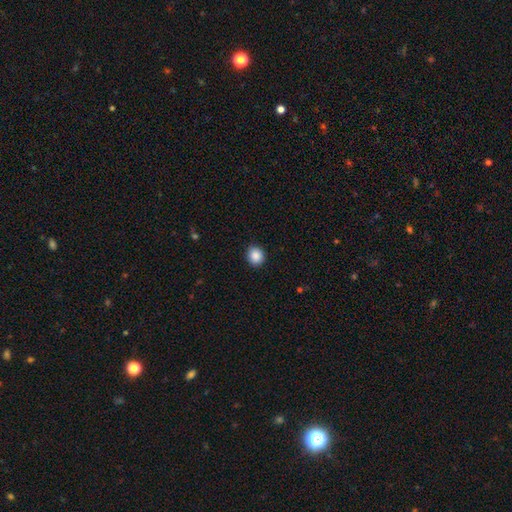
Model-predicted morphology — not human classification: Smooth or featured? Predicted: smooth (p=0.88). How rounded? Predicted: round (p=0.81). Merging? Predicted: none (p=0.91).